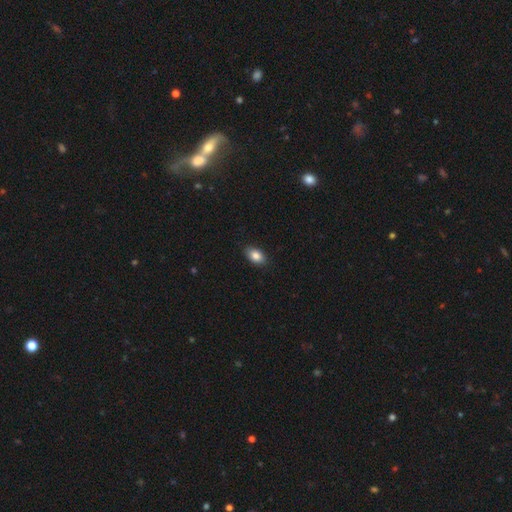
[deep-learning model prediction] Smooth or featured? Predicted: smooth (p=0.85). How rounded? Predicted: in between (p=0.89). Merging? Predicted: none (p=0.88).